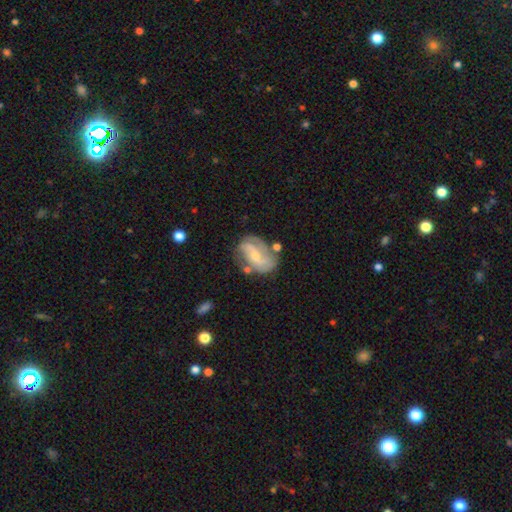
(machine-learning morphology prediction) A featured or disk galaxy (75%) with no bar (46%), 2 (57%) medium (43%) spiral arms (88%) and a small central bulge (62%). Merging: none (56%).